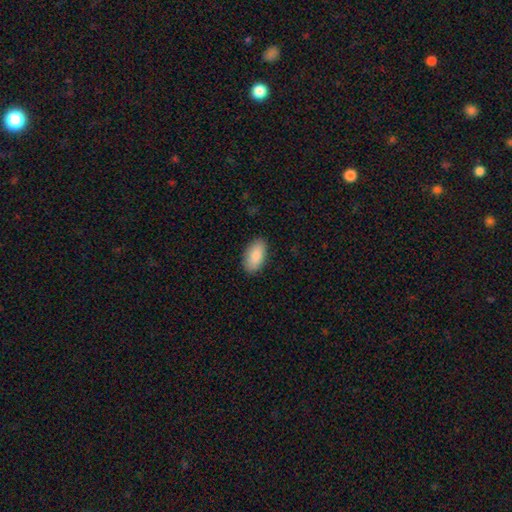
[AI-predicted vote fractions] Q: Smooth or featured?
A: smooth (87%); runner-up: featured or disk (7%)
Q: How rounded?
A: in between (94%); runner-up: cigar-shaped (4%)
Q: Merging?
A: none (88%); runner-up: minor disturbance (9%)